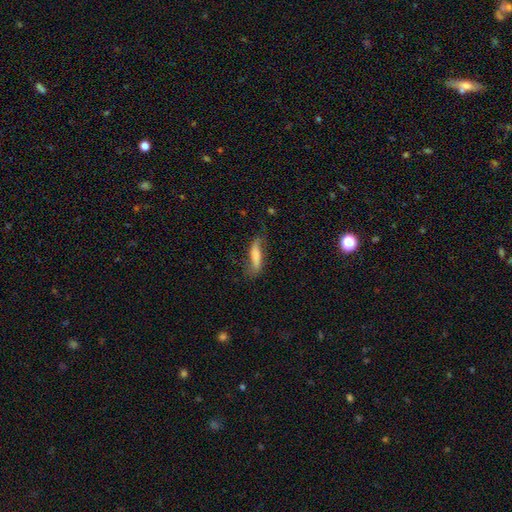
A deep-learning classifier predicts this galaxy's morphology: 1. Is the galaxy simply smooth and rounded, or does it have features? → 54% smooth, 38% featured or disk, 8% star or artifact.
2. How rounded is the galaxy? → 68% cigar-shaped, 30% in between, 2% round.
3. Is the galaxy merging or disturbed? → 53% none, 28% minor disturbance, 16% major disturbance, 3% merger.